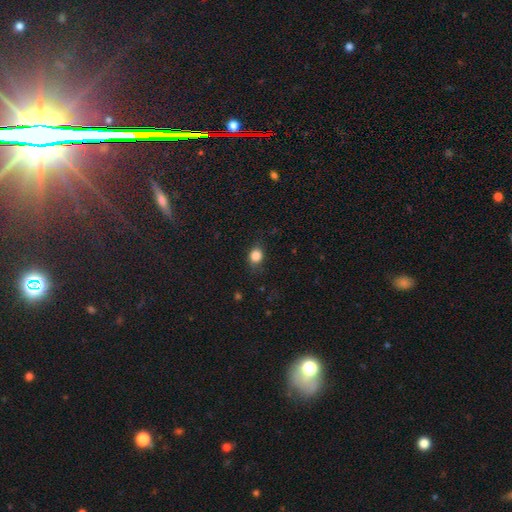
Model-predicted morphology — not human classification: Overall: smooth (83%). How rounded: round (62%; in between 37%). Merging: none (75%).